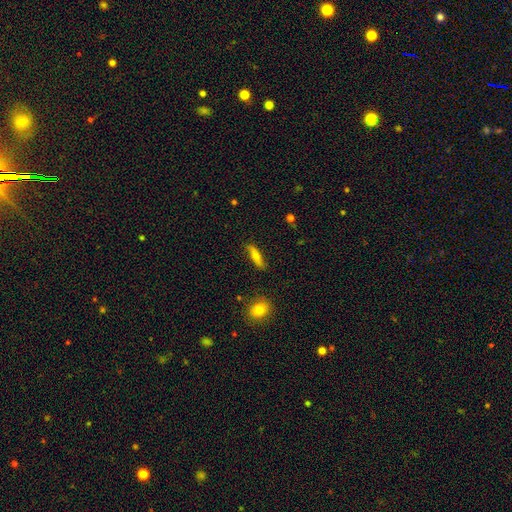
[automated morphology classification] Smooth or featured: smooth — 62% (featured or disk — 31%)
How rounded: cigar-shaped — 71% (in between — 26%)
Merging: none — 82% (minor disturbance — 13%)